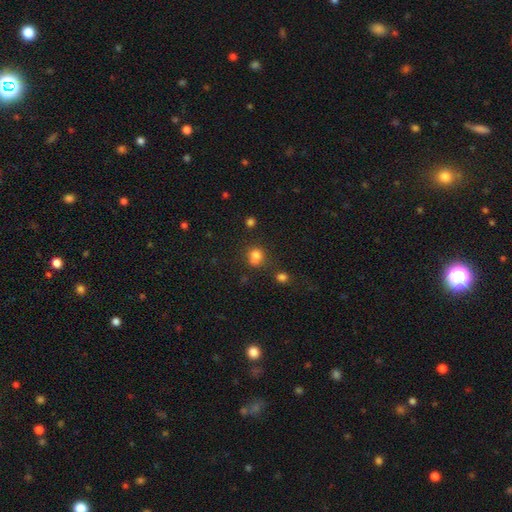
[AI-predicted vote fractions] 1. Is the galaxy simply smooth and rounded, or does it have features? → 79% smooth, 14% star or artifact, 7% featured or disk.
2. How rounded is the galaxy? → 77% round, 22% in between, 1% cigar-shaped.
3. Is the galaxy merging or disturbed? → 59% none, 19% minor disturbance, 15% merger, 7% major disturbance.